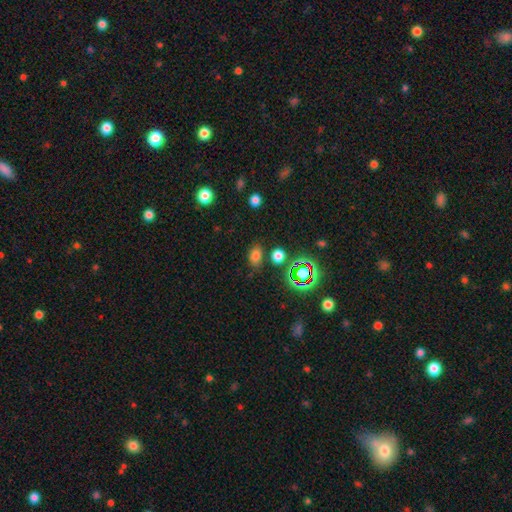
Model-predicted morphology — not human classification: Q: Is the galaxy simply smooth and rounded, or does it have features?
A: smooth — 71%.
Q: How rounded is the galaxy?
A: in between — 75%.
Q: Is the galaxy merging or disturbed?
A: none — 78%.